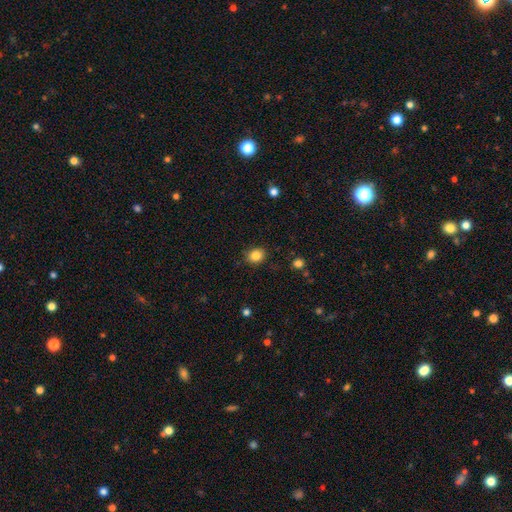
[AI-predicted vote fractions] A smooth galaxy with no disk features (84%) that is round (63%). Merging: none (84%).